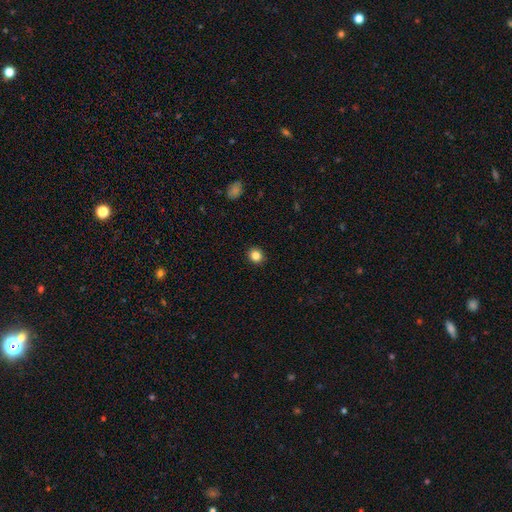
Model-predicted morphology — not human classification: Smooth or featured?
  - smooth: 85% *
  - star or artifact: 11%
  - featured or disk: 4%
How rounded?
  - round: 84% *
  - in between: 15%
  - cigar-shaped: 1%
Merging?
  - none: 92% *
  - minor disturbance: 6%
  - major disturbance: 2%
  - merger: 1%